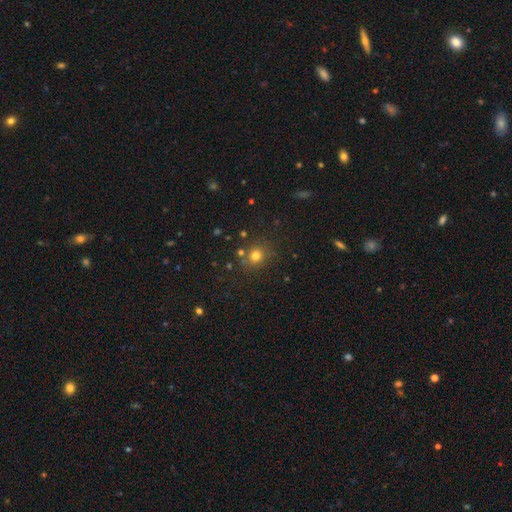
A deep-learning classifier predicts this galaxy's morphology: Smooth or featured?
  - smooth: 75% *
  - star or artifact: 17%
  - featured or disk: 7%
How rounded?
  - round: 84% *
  - in between: 15%
  - cigar-shaped: 1%
Merging?
  - none: 80% *
  - minor disturbance: 10%
  - merger: 7%
  - major disturbance: 4%